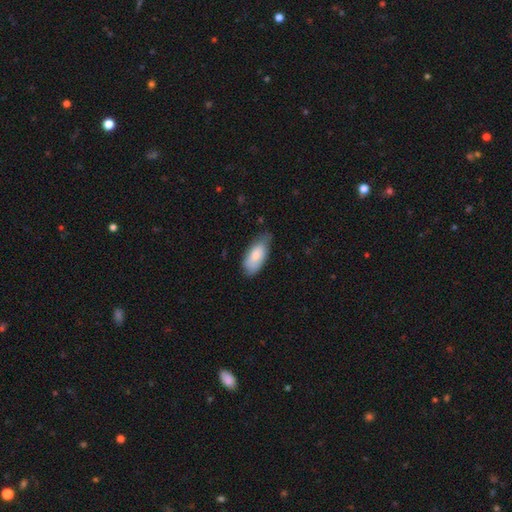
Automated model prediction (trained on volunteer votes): This is likely a smooth galaxy (78%). How rounded: clearly in between (87%). Merging: likely none (62%).